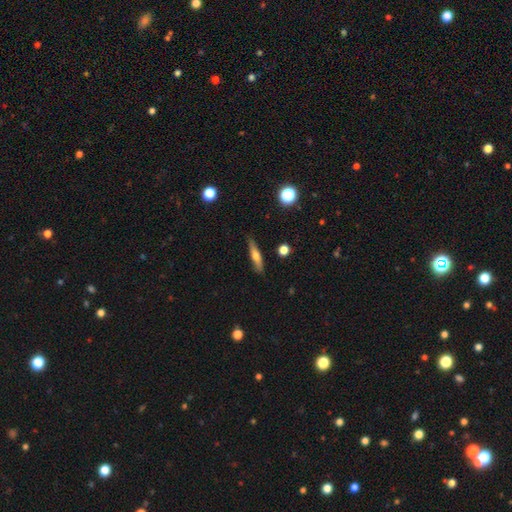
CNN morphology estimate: type=smooth (53%); roundness=cigar-shaped (81%); merging=none (84%).